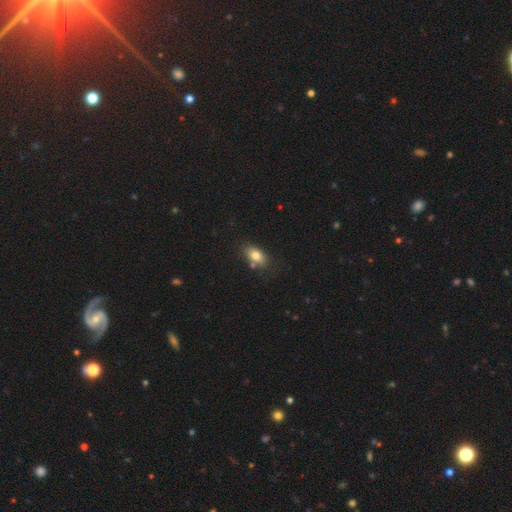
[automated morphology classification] smooth-or-featured: smooth: 80% | featured or disk: 12% | star or artifact: 9%
  how-rounded: in between: 87% | round: 9% | cigar-shaped: 4%
  merging: none: 71% | minor disturbance: 16% | merger: 9% | major disturbance: 4%